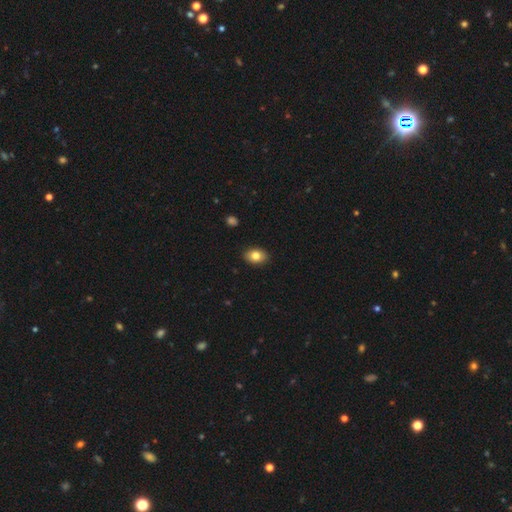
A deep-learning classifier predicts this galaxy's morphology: Smooth or featured: smooth — 82% (featured or disk — 10%)
How rounded: in between — 81% (round — 18%)
Merging: none — 89% (minor disturbance — 8%)